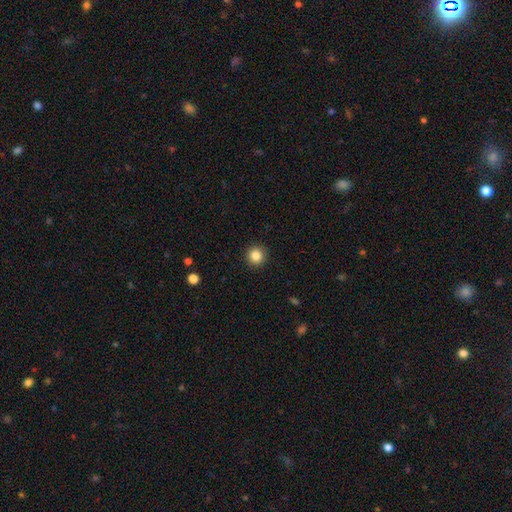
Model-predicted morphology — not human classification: smooth-or-featured: smooth: 85% | star or artifact: 10% | featured or disk: 5%
  how-rounded: round: 94% | in between: 5% | cigar-shaped: 1%
  merging: none: 93% | minor disturbance: 5% | major disturbance: 2% | merger: 1%